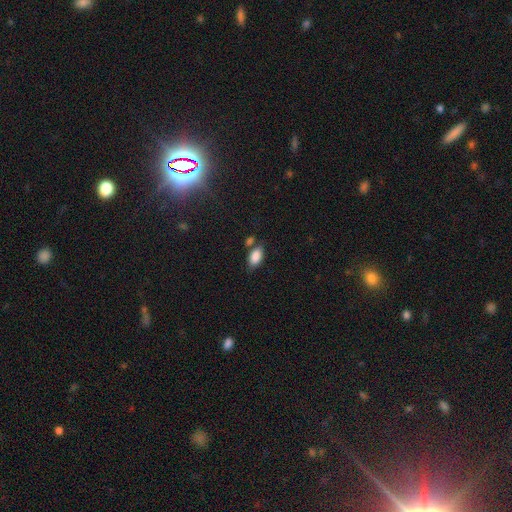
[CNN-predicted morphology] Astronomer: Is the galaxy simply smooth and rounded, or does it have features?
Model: smooth — 86%.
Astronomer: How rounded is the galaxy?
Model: in between — 92%.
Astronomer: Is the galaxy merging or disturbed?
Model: none — 61%.